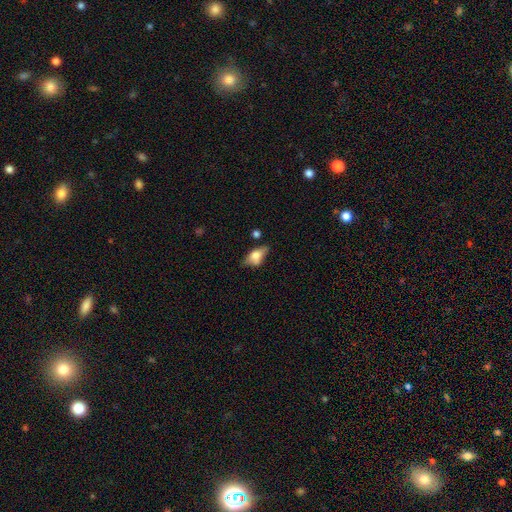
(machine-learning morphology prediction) This is possibly a smooth galaxy (60%). How rounded: clearly in between (82%). Merging: possibly none (48%).